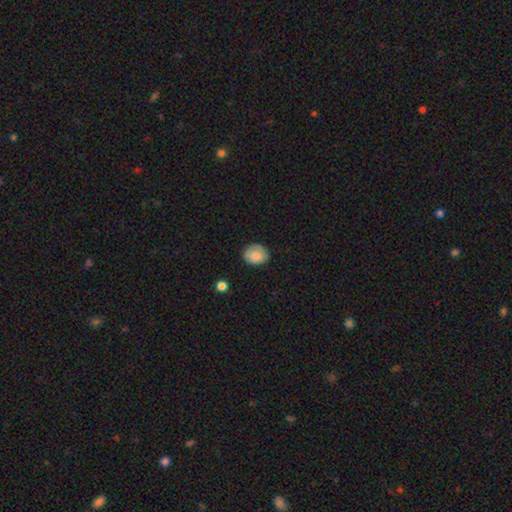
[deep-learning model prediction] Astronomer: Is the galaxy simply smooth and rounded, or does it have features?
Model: smooth — 80%.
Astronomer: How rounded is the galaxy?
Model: round — 53% (runner-up: in between, 46%).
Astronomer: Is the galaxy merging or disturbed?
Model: none — 75%.